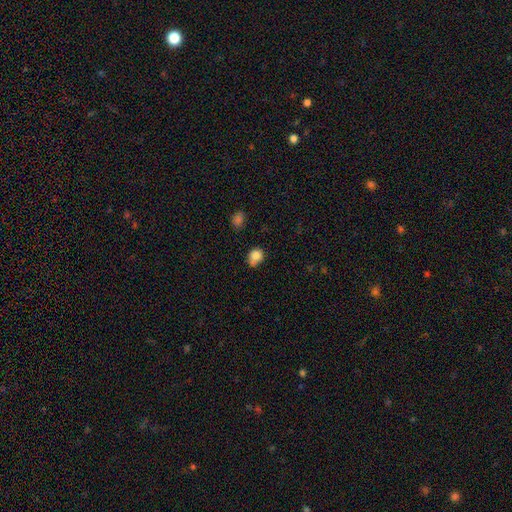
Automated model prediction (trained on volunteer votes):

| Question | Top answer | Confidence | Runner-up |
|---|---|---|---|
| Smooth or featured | smooth | 82% | star or artifact (11%) |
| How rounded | round | 63% | in between (36%) |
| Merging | none | 45% | minor disturbance (36%) |